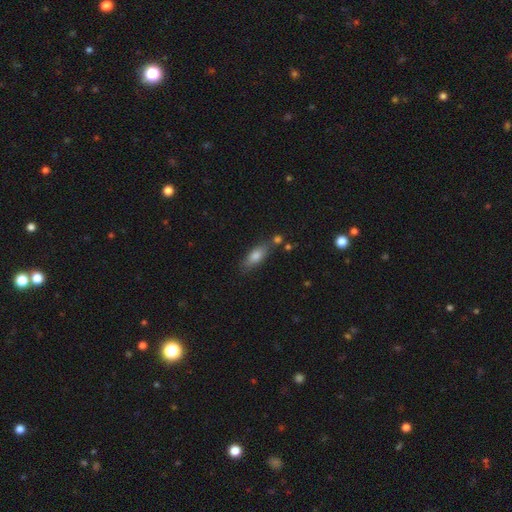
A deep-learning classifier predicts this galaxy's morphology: The model was most divided on "how rounded": in between: 68%, cigar-shaped: 29%, round: 3%. More confident: smooth or featured — smooth (76%); merging — none (72%).